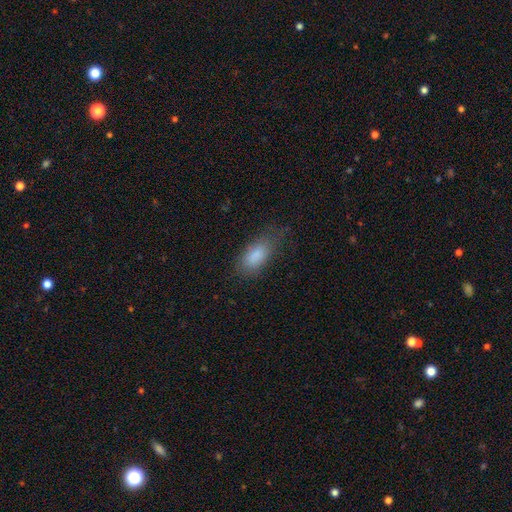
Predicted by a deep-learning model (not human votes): Overall: smooth (84%). How rounded: in between (87%). Merging: none (59%; minor disturbance 27%).